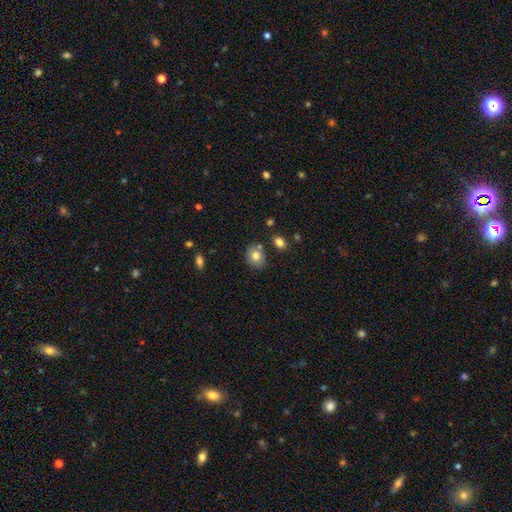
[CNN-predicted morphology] smooth_or_featured: smooth (p=0.79) [alt: featured or disk p=0.11]
how_rounded: round (p=0.57) [alt: in between p=0.42]
merging: none (p=0.71) [alt: minor disturbance p=0.14]